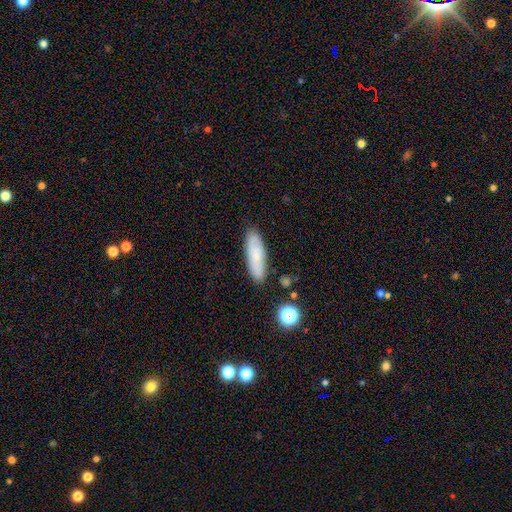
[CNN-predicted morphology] This appears to be a smooth galaxy with no disk features (70%) that is cigar-shaped (53%). Merging: none (83%).